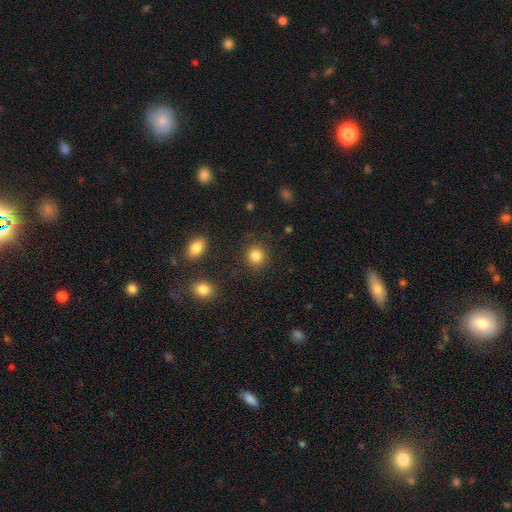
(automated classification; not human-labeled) This is clearly a smooth galaxy (85%). How rounded: clearly round (86%). Merging: clearly none (89%).